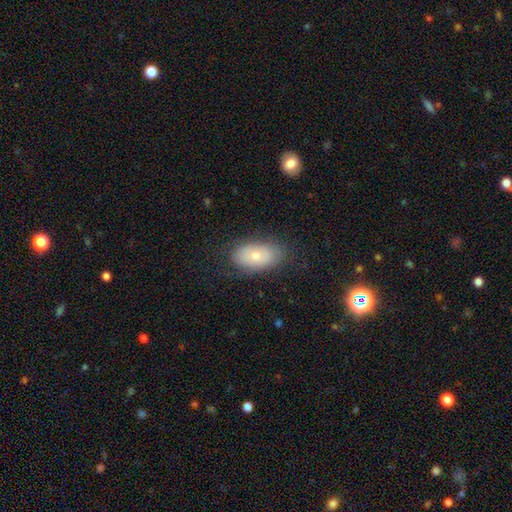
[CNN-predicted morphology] A smooth galaxy with no disk features (69%) that is in between round and cigar-shaped (92%). Merging: none (79%).